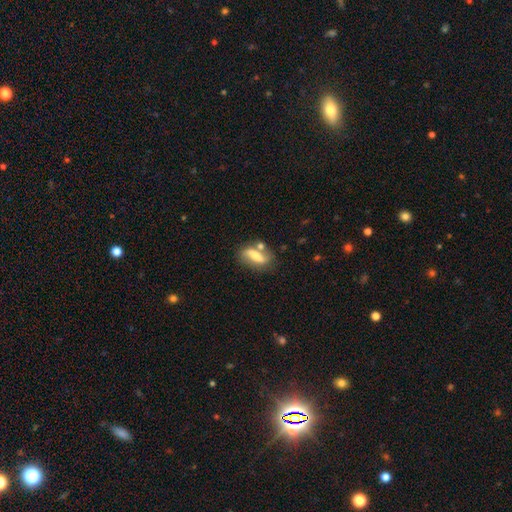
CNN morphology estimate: A smooth galaxy with no disk features (46%, tied with featured or disk).

Vote fractions:
- Smooth or featured? smooth: 46% (tied) / featured or disk: 46% (tied) / star or artifact: 8%
- Merging? none: 59% / minor disturbance: 19% / merger: 15% / major disturbance: 7%